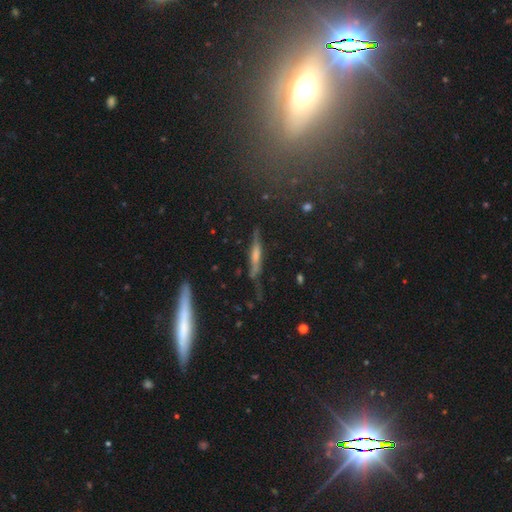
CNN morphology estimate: Smooth or featured: featured or disk — 50% (smooth — 38%)
Merging: none — 67% (minor disturbance — 22%)